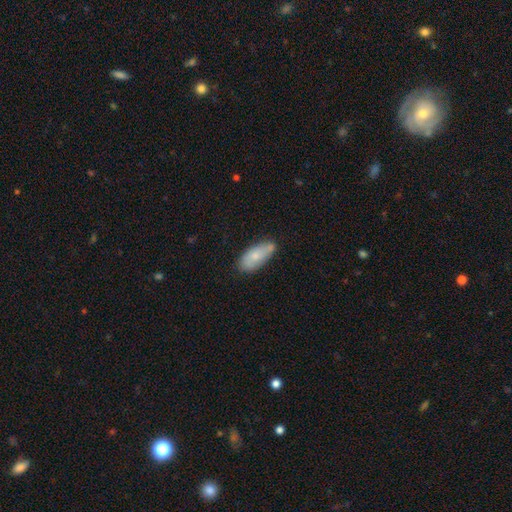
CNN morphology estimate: Smooth or featured: smooth — 73% (featured or disk — 20%)
How rounded: in between — 85% (cigar-shaped — 13%)
Merging: none — 63% (minor disturbance — 27%)